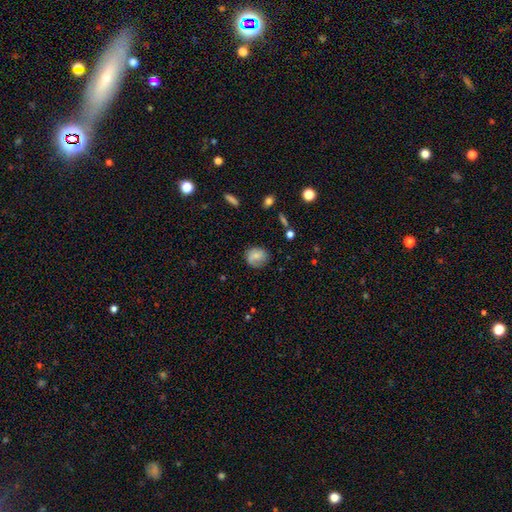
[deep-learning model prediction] smooth 65%, featured or disk 26%, star or artifact 9%. Down the decision tree: how rounded — round (75%); merging — none (71%).